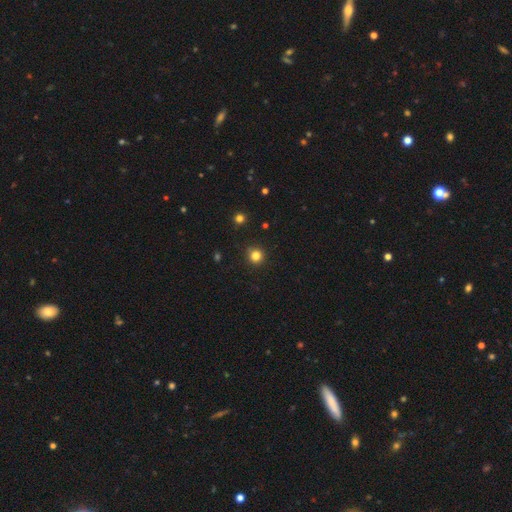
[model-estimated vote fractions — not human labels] smooth-or-featured: smooth: 82% | star or artifact: 14% | featured or disk: 4%
  how-rounded: round: 94% | in between: 5% | cigar-shaped: 1%
  merging: none: 91% | minor disturbance: 6% | major disturbance: 2% | merger: 1%